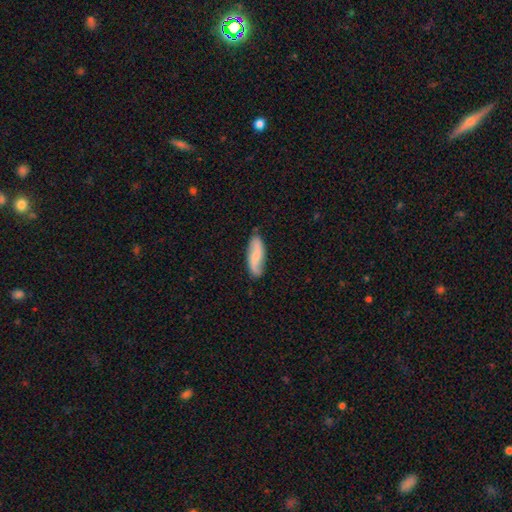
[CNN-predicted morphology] type=featured or disk (49%); merging=none (81%).